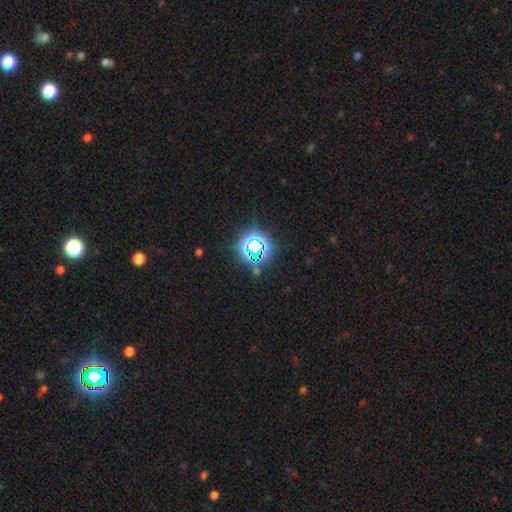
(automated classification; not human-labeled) This is likely a star or artifact rather than a galaxy (76%).